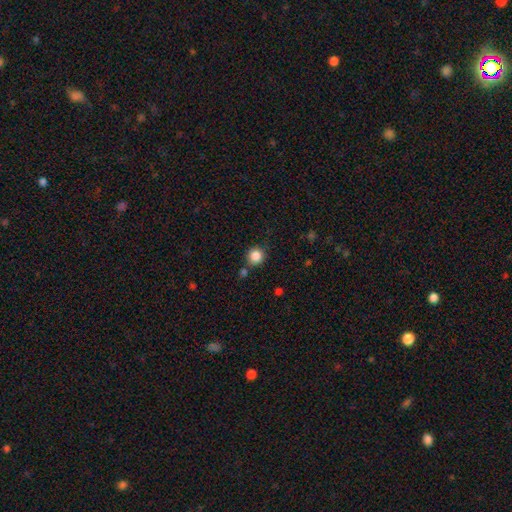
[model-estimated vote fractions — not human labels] A smooth galaxy with no disk features (86%) that is round (92%).

Vote fractions:
- Smooth or featured? smooth: 86% / star or artifact: 10% / featured or disk: 4%
- How rounded? round: 92% / in between: 7% / cigar-shaped: 1%
- Merging? none: 80% / minor disturbance: 10% / merger: 7% / major disturbance: 3%